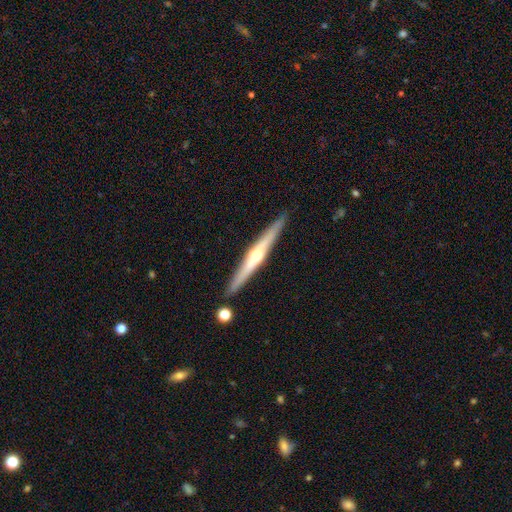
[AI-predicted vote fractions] A featured or disk galaxy (74%) viewed edge-on (98%) with a rounded central bulge (87%). Merging: none (89%).